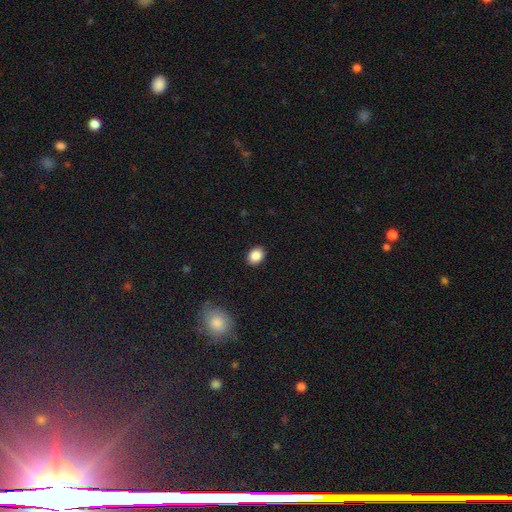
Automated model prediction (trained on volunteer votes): smooth-or-featured: smooth: 88% | star or artifact: 8% | featured or disk: 4%
  how-rounded: in between: 63% | round: 36% | cigar-shaped: 1%
  merging: none: 90% | minor disturbance: 7% | major disturbance: 2% | merger: 1%